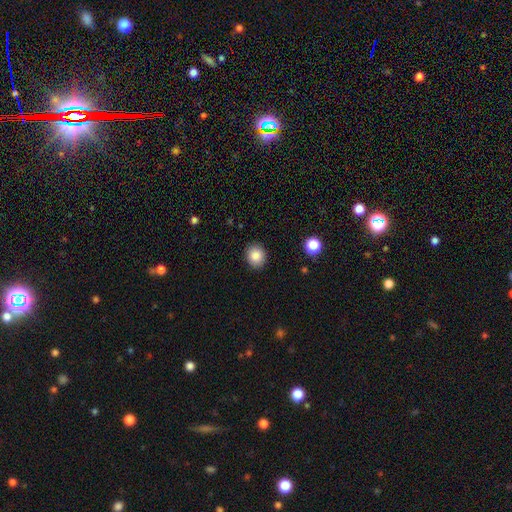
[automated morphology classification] This is clearly a smooth galaxy (86%). How rounded: likely round (74%). Merging: clearly none (90%).